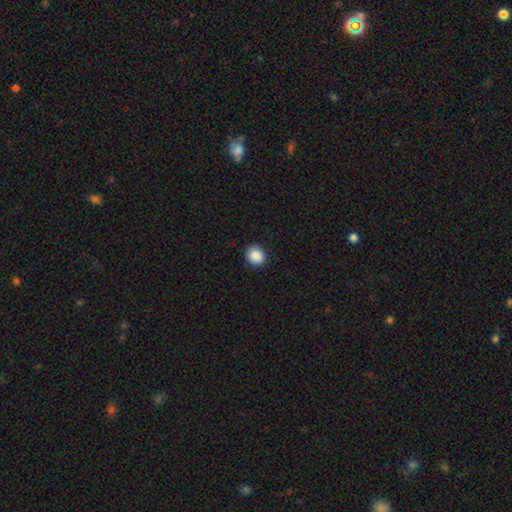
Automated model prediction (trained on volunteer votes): This appears to be a smooth galaxy with no disk features (89%) that is round (75%). Merging: none (90%).